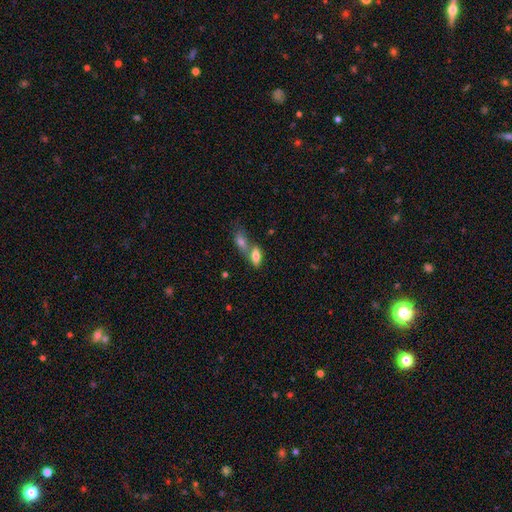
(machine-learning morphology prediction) type=smooth (73%); roundness=in between (77%); merging=merger (54%).